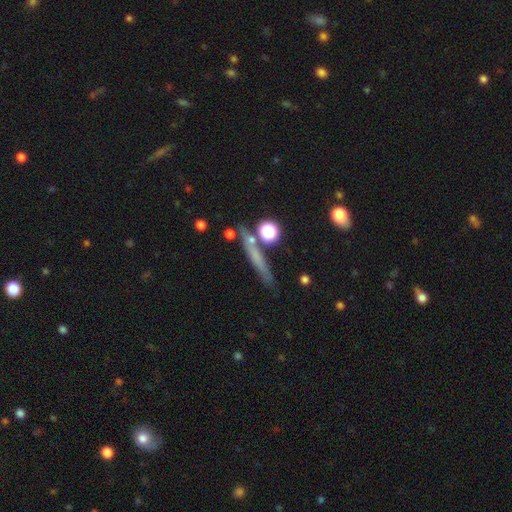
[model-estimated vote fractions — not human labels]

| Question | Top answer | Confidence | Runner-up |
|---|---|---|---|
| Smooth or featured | smooth | 52% | featured or disk (33%) |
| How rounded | cigar-shaped | 80% | round (12%) |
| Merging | none | 76% | minor disturbance (12%) |